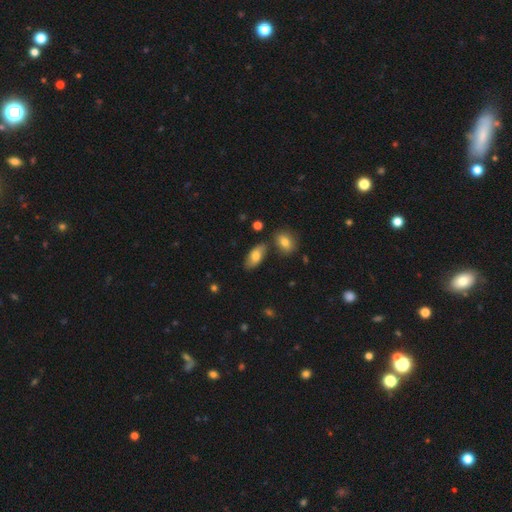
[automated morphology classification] Smooth or featured? Predicted: smooth (p=0.74). How rounded? Predicted: in between (p=0.89). Merging? Predicted: none (p=0.74).